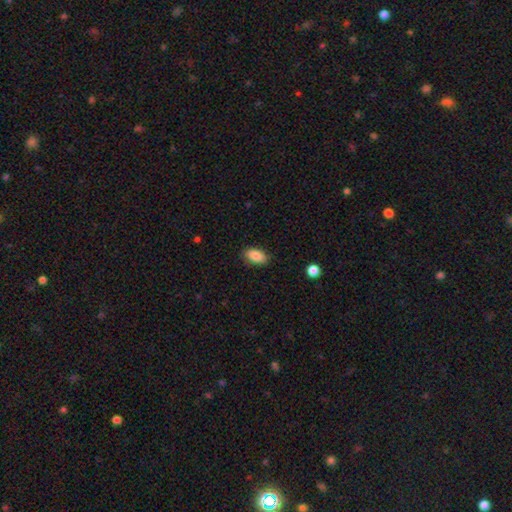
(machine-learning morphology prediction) Overall: smooth (87%). How rounded: in between (92%). Merging: none (84%).